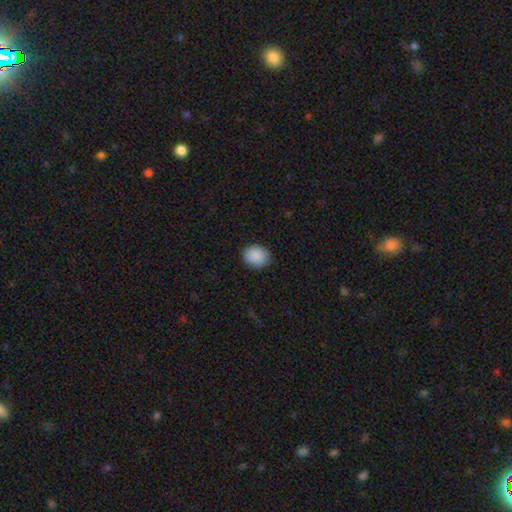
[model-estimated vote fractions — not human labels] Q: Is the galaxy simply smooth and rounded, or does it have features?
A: smooth — 89%.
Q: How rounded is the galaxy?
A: round — 66%.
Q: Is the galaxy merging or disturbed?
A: none — 87%.